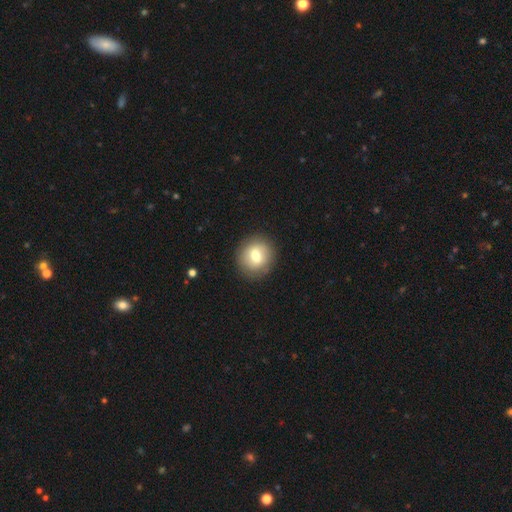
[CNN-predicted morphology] Q: Smooth or featured?
A: smooth (69%); runner-up: featured or disk (22%)
Q: How rounded?
A: round (84%); runner-up: in between (15%)
Q: Merging?
A: none (86%); runner-up: minor disturbance (9%)